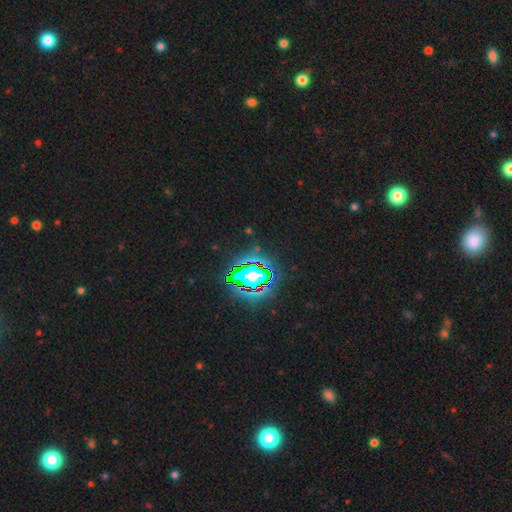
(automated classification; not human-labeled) Q: Smooth or featured?
A: star or artifact (83%); runner-up: smooth (10%)